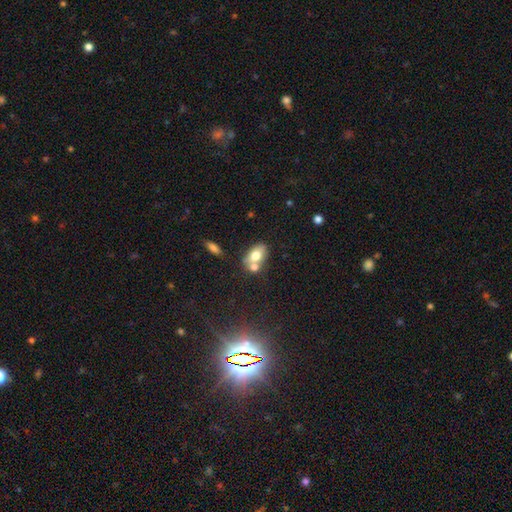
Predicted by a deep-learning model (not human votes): Overall: smooth (70%). How rounded: in between (86%). Merging: none (43%; merger 41%).